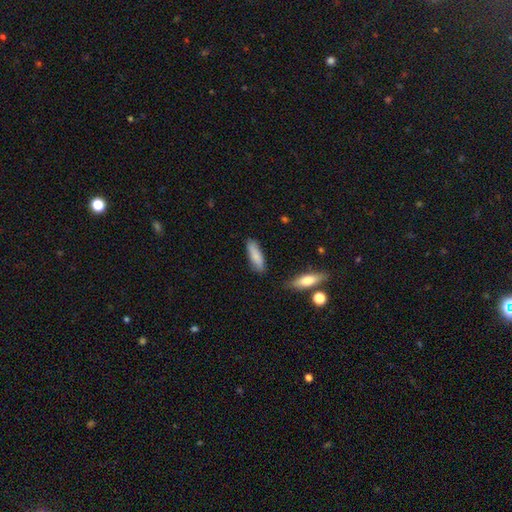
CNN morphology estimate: smooth 82%, featured or disk 12%, star or artifact 6%. Down the decision tree: how rounded — cigar-shaped (53%); merging — none (82%).